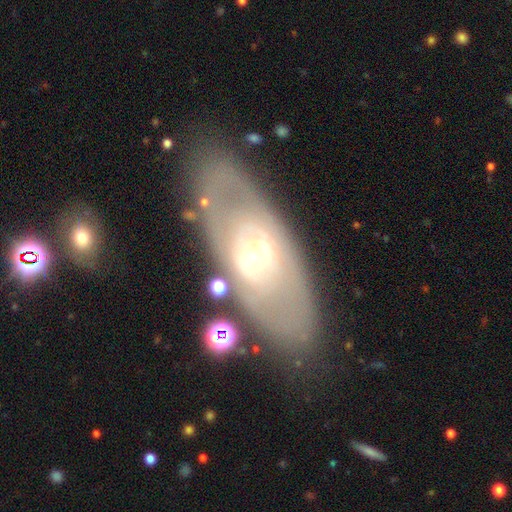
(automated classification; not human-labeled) Smooth or featured? featured or disk (67%)
Edge-on disk? no (85%)
Bar? no (50%)
Spiral arms? no (65%)
Bulge size? small (55%)
Merging? none (78%)